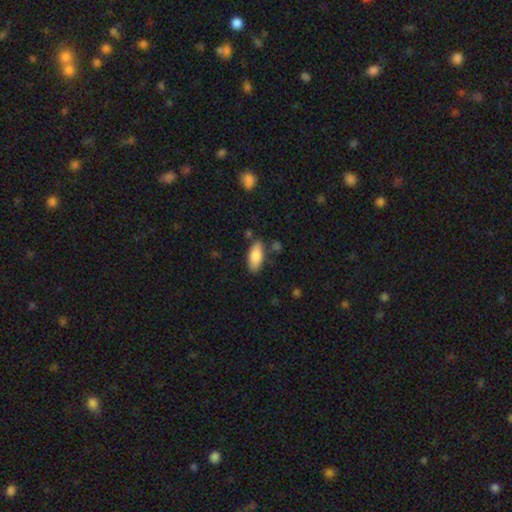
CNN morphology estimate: A smooth galaxy with no disk features (84%) that is in between round and cigar-shaped (84%).

Vote fractions:
- Smooth or featured? smooth: 84% / featured or disk: 10% / star or artifact: 6%
- How rounded? in between: 84% / cigar-shaped: 14% / round: 2%
- Merging? none: 78% / minor disturbance: 14% / merger: 4% / major disturbance: 3%